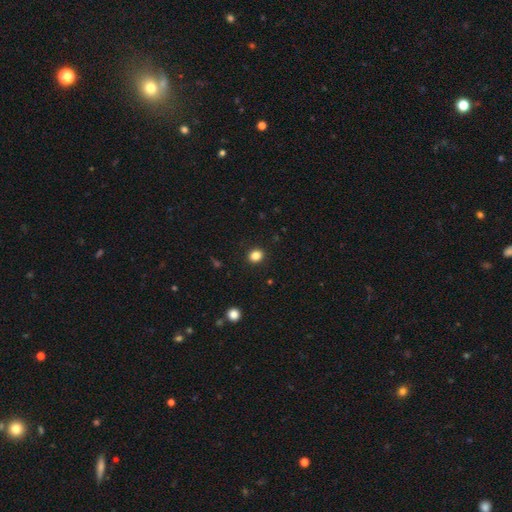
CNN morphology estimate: smooth-or-featured: smooth: 85% | star or artifact: 11% | featured or disk: 4%
  how-rounded: round: 68% | in between: 31% | cigar-shaped: 1%
  merging: none: 91% | minor disturbance: 6% | major disturbance: 2% | merger: 1%